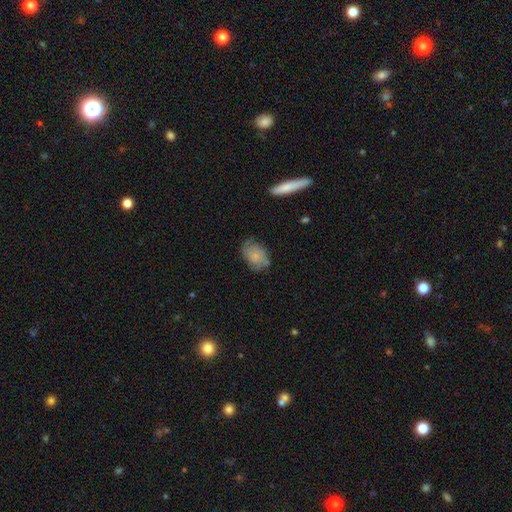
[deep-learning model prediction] The model was most divided on "smooth or featured": smooth: 61%, featured or disk: 31%, star or artifact: 8%. More confident: how rounded — in between (79%); merging — none (61%).